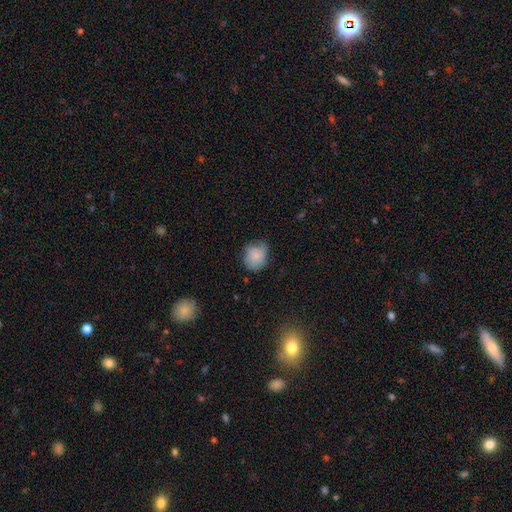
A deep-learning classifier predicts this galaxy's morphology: type=smooth (78%); roundness=round (61%); merging=none (52%).